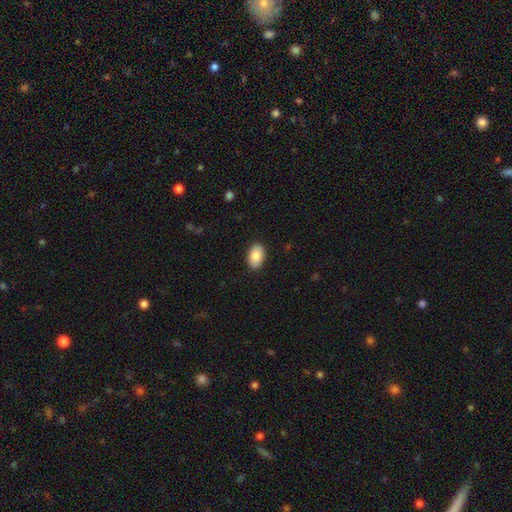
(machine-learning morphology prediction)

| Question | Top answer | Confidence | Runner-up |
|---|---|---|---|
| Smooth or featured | smooth | 87% | featured or disk (7%) |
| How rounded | in between | 91% | round (8%) |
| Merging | none | 88% | minor disturbance (9%) |